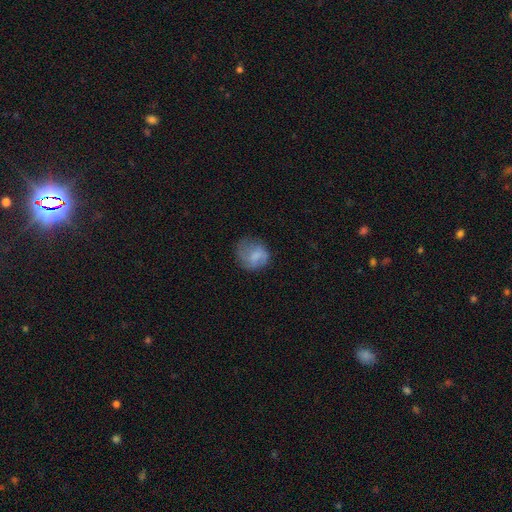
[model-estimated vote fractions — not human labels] A smooth galaxy with no disk features (68%) that is round (72%).

Vote fractions:
- Smooth or featured? smooth: 68% / featured or disk: 24% / star or artifact: 8%
- How rounded? round: 72% / in between: 27% / cigar-shaped: 1%
- Merging? none: 50% / minor disturbance: 28% / major disturbance: 21% / merger: 2%